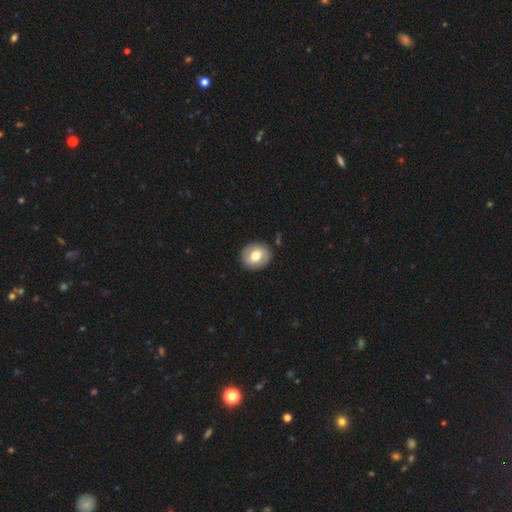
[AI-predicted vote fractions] smooth-or-featured: smooth: 65% | featured or disk: 28% | star or artifact: 7%
  how-rounded: round: 78% | in between: 21% | cigar-shaped: 1%
  merging: none: 88% | minor disturbance: 8% | major disturbance: 2% | merger: 1%